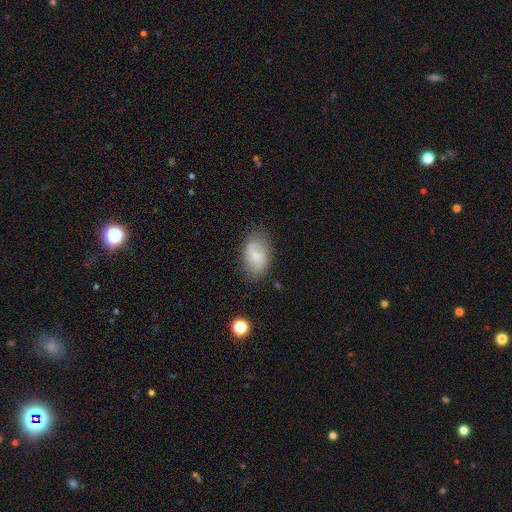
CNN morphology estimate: smooth-or-featured: smooth: 65% | featured or disk: 28% | star or artifact: 8%
  how-rounded: in between: 91% | round: 8% | cigar-shaped: 2%
  merging: none: 73% | minor disturbance: 20% | major disturbance: 5% | merger: 2%